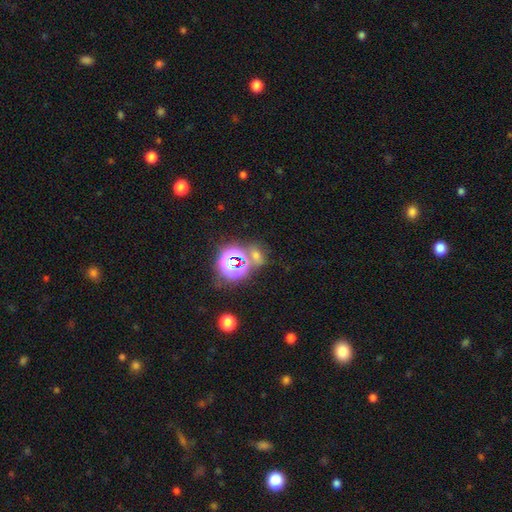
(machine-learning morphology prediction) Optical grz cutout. It shows a star or artifact, not a galaxy (52%).